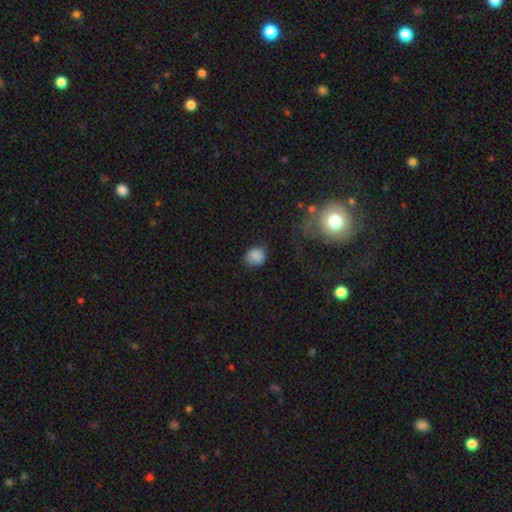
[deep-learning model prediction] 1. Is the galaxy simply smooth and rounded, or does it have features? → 84% smooth, 10% star or artifact, 6% featured or disk.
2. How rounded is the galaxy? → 63% round, 36% in between, 1% cigar-shaped.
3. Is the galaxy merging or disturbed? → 74% none, 20% minor disturbance, 5% major disturbance, 2% merger.